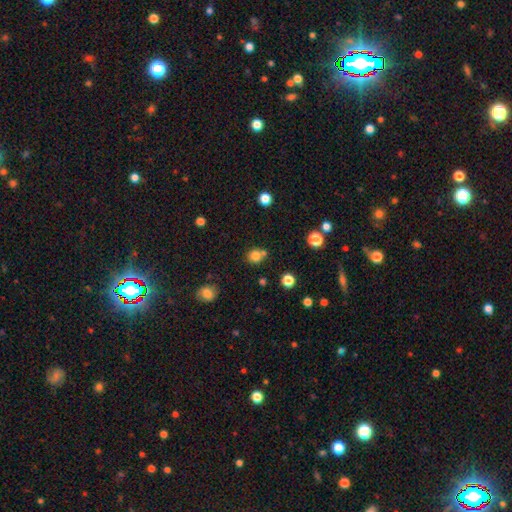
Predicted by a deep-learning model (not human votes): Q: Smooth or featured?
A: smooth (79%); runner-up: star or artifact (14%)
Q: How rounded?
A: round (85%); runner-up: in between (14%)
Q: Merging?
A: none (59%); runner-up: merger (27%)